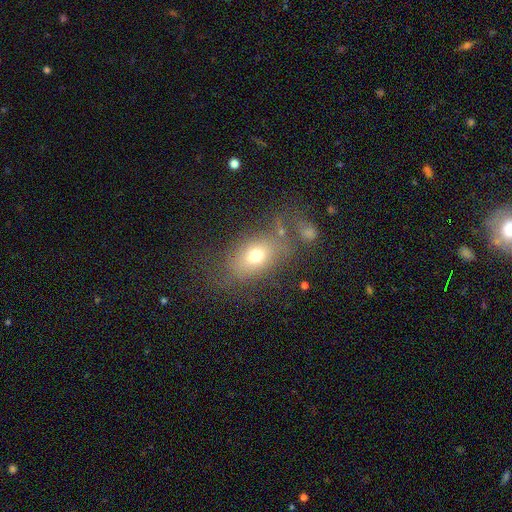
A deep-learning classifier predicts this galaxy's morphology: Smooth or featured? Predicted: smooth (p=0.68). How rounded? Predicted: in between (p=0.74). Merging? Predicted: none (p=0.57).